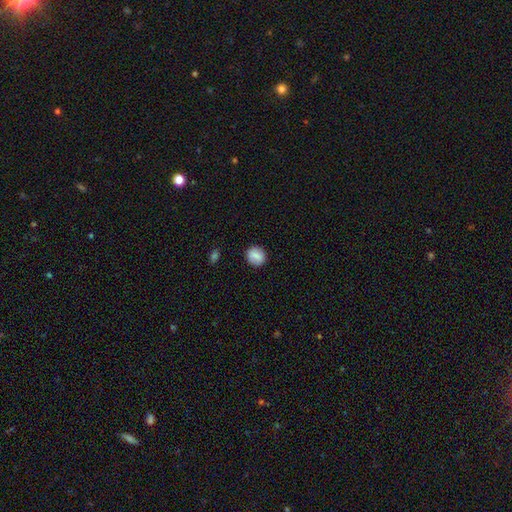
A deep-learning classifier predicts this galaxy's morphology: A smooth galaxy with no disk features (80%) that is round (82%).

Vote fractions:
- Smooth or featured? smooth: 80% / featured or disk: 12% / star or artifact: 8%
- How rounded? round: 82% / in between: 17% / cigar-shaped: 1%
- Merging? none: 89% / minor disturbance: 8% / major disturbance: 2% / merger: 1%